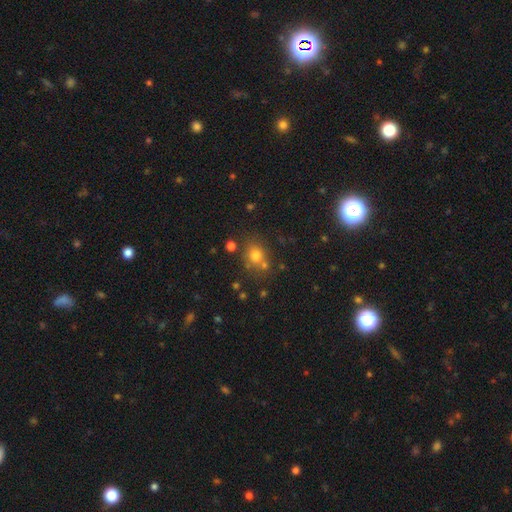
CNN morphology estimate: A smooth galaxy with no disk features (71%) that is round (69%). Merging: none (68%).